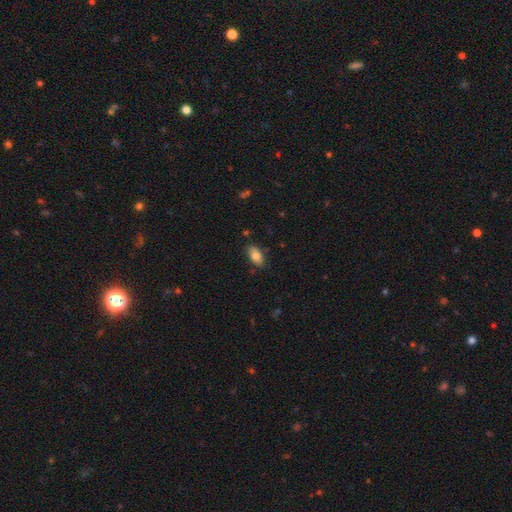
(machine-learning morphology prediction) A smooth galaxy with no disk features (83%) that is in between round and cigar-shaped (92%). Merging: none (81%).